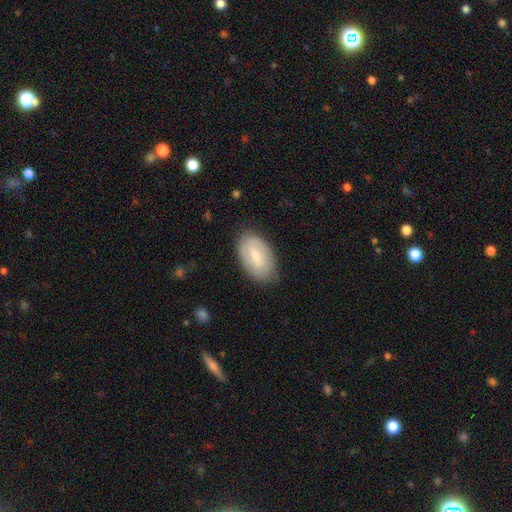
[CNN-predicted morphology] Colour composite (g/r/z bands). It shows a smooth galaxy with no disk features (55%) that is in between round and cigar-shaped (93%). Merging: none (80%).